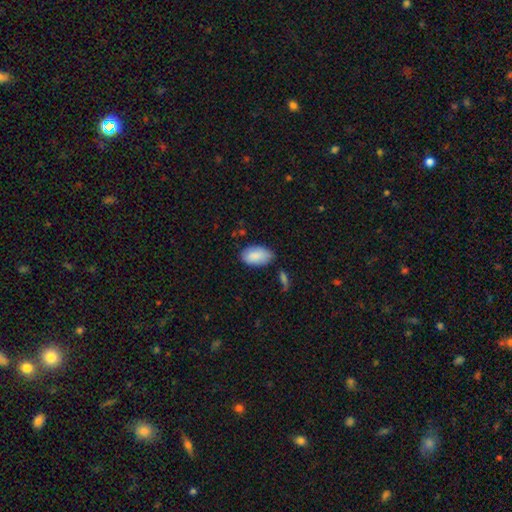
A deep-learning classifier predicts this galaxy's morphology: smooth-or-featured: smooth: 87% | featured or disk: 6% | star or artifact: 6%
  how-rounded: in between: 94% | round: 4% | cigar-shaped: 2%
  merging: none: 66% | minor disturbance: 25% | merger: 5% | major disturbance: 5%